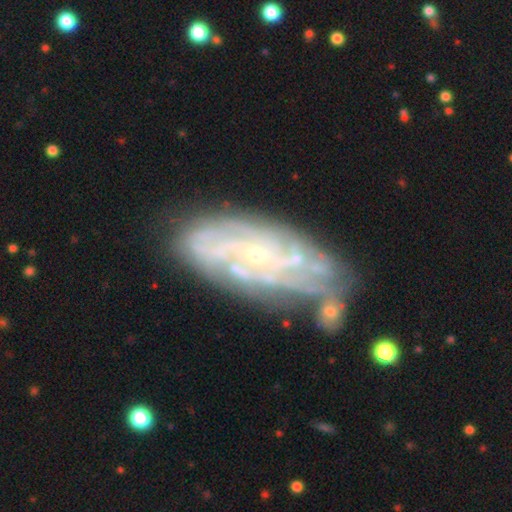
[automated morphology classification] Smooth or featured? Predicted: featured or disk (p=0.84). Edge-on disk? Predicted: no (p=0.92). Bar? Predicted: no (p=0.62). Spiral arms? Predicted: yes (p=0.92). Spiral winding? Predicted: tight (p=0.67). Spiral arm count? Predicted: can't tell (p=0.41). Bulge size? Predicted: small (p=0.79). Merging? Predicted: none (p=0.66).